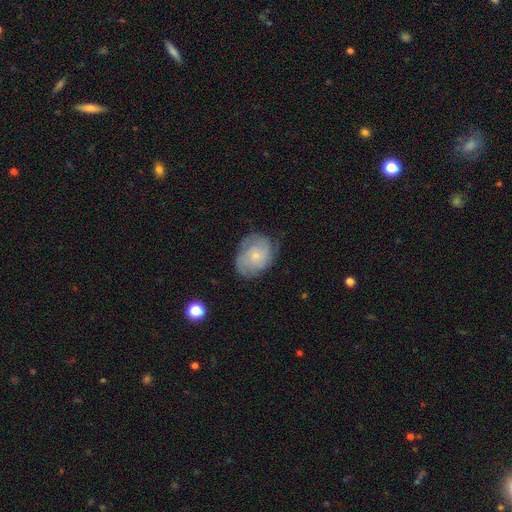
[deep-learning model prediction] Smooth or featured? featured or disk (51%)
Edge-on disk? no (97%)
Merging? none (65%)